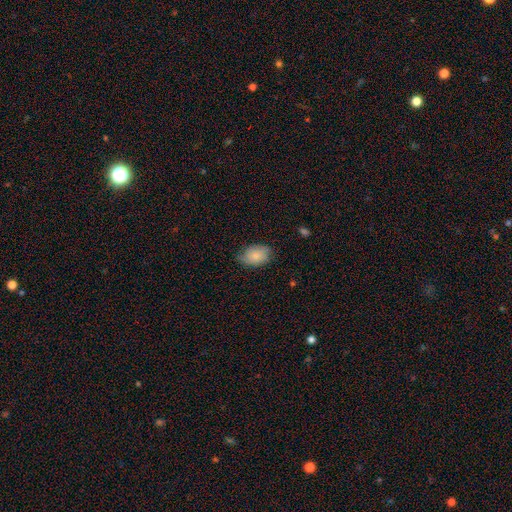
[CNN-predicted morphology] Smooth or featured: smooth — 76% (featured or disk — 17%)
How rounded: in between — 86% (round — 13%)
Merging: none — 65% (minor disturbance — 28%)